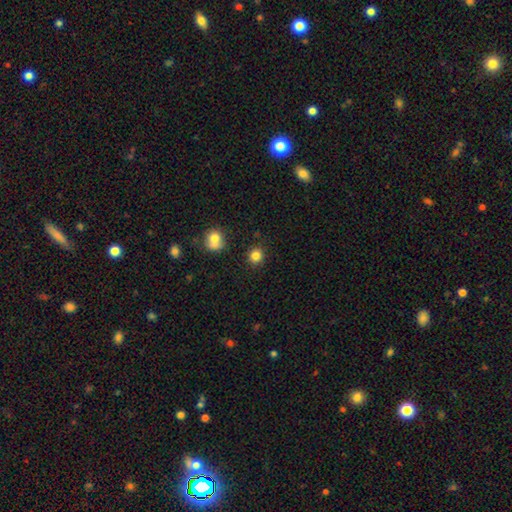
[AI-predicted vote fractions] Smooth or featured? Predicted: smooth (p=0.83). How rounded? Predicted: round (p=0.89). Merging? Predicted: none (p=0.87).